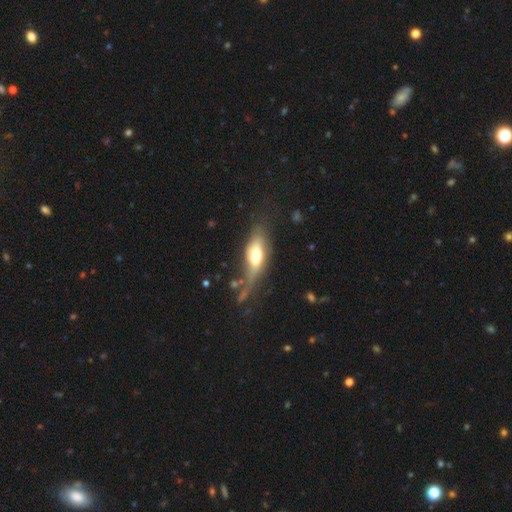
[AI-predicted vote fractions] Overall: smooth (55%; featured or disk 38%). How rounded: in between (70%). Merging: none (37%; major disturbance 27%).